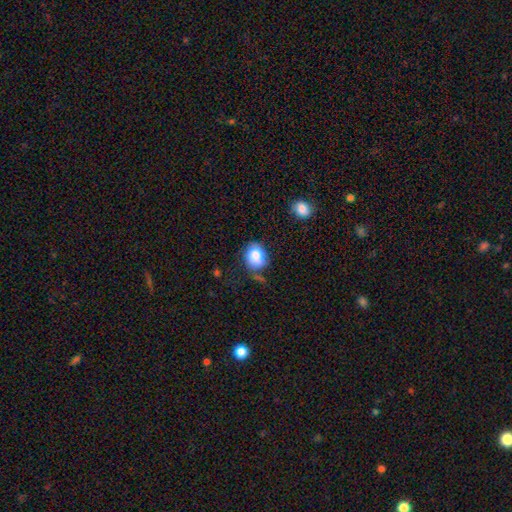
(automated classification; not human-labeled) smooth_or_featured: smooth (p=0.80) [alt: featured or disk p=0.11]
how_rounded: round (p=0.54) [alt: in between p=0.45]
merging: none (p=0.58) [alt: minor disturbance p=0.27]